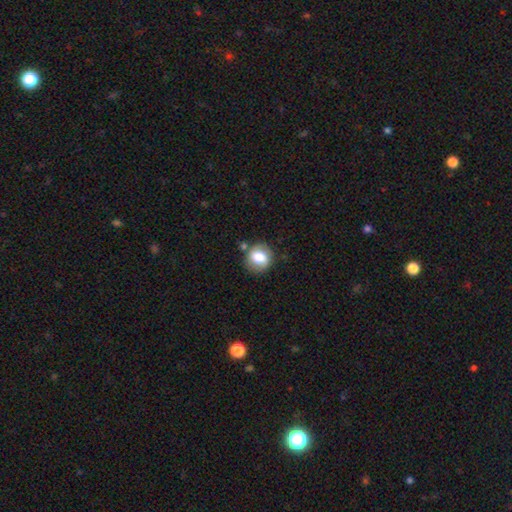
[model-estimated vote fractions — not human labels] A smooth galaxy with no disk features (67%) that is round (80%).

Vote fractions:
- Smooth or featured? smooth: 67% / featured or disk: 25% / star or artifact: 8%
- How rounded? round: 80% / in between: 19% / cigar-shaped: 1%
- Merging? none: 74% / minor disturbance: 15% / merger: 7% / major disturbance: 4%